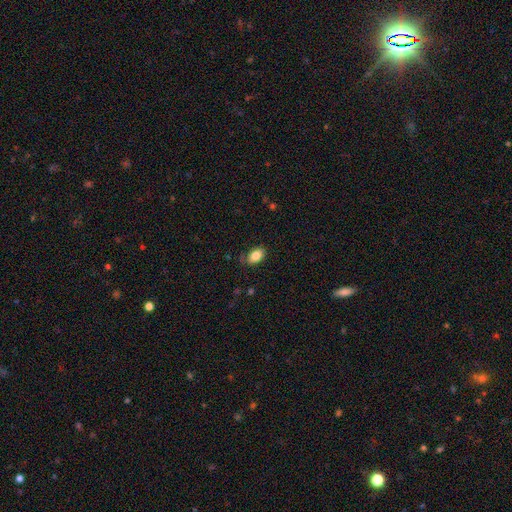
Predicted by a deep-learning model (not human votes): Smooth or featured?
  - smooth: 84% *
  - featured or disk: 8%
  - star or artifact: 8%
How rounded?
  - in between: 89% *
  - round: 9%
  - cigar-shaped: 2%
Merging?
  - none: 74% *
  - minor disturbance: 20%
  - major disturbance: 5%
  - merger: 2%